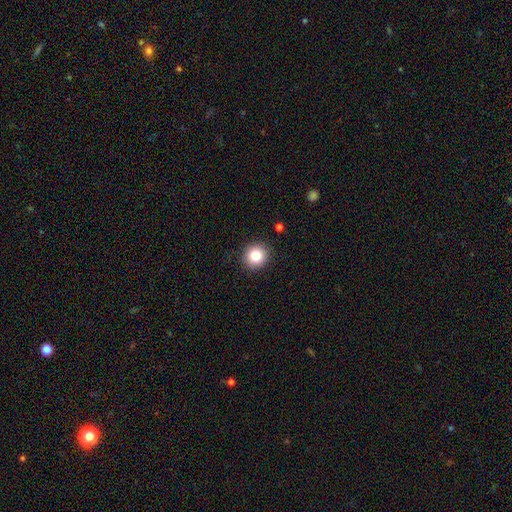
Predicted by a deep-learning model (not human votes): Morphology: type=smooth (83%); roundness=round (90%); merging=none (91%).